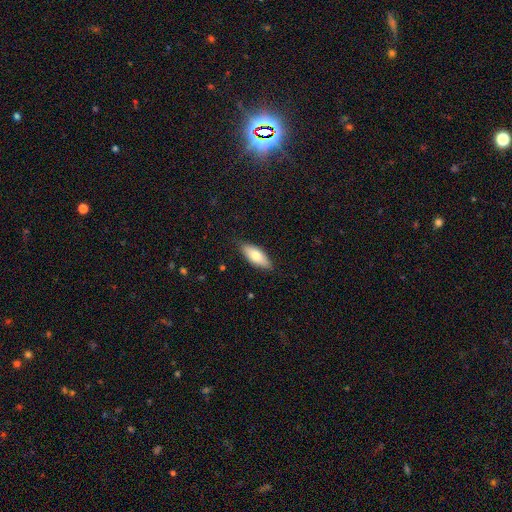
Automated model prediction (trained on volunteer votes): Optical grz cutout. It shows a smooth galaxy with no disk features (73%) that is in between round and cigar-shaped (77%). Merging: none (85%).